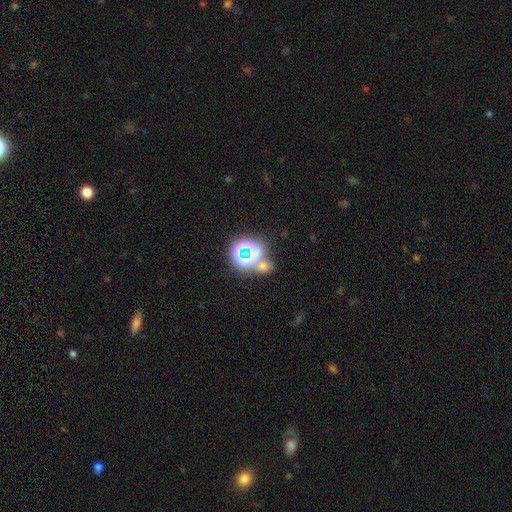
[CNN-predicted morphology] Overall: star or artifact (62%; smooth 28%).